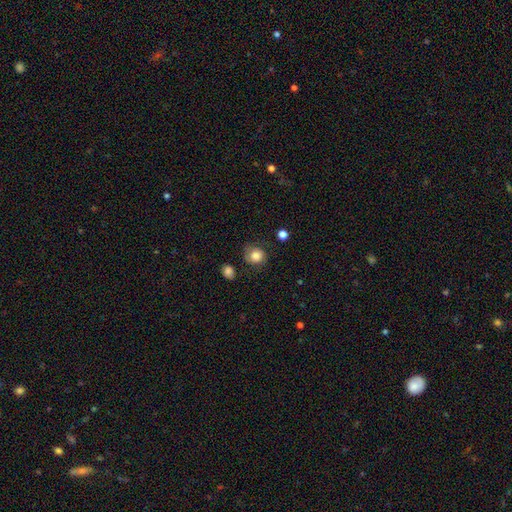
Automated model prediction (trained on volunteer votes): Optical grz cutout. It shows a smooth galaxy with no disk features (78%) that is round (81%). Merging: none (68%).